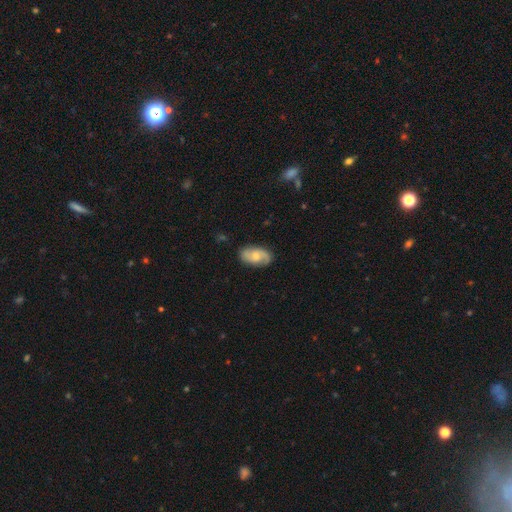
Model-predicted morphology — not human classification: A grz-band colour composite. It shows a featured or disk galaxy (61%) with no bar (63%), 2 (81%) medium (43%) spiral arms (91%) and a moderate central bulge (47%). Merging: none (78%).